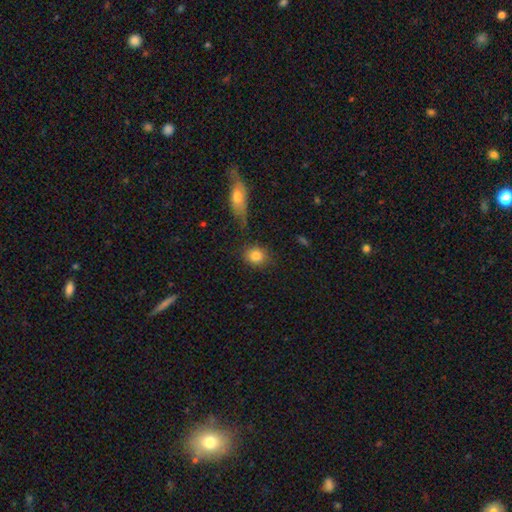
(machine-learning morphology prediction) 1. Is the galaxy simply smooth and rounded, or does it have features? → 84% smooth, 9% star or artifact, 7% featured or disk.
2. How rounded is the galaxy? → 71% round, 27% in between, 2% cigar-shaped.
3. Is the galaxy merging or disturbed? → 78% none, 13% minor disturbance, 5% merger, 4% major disturbance.